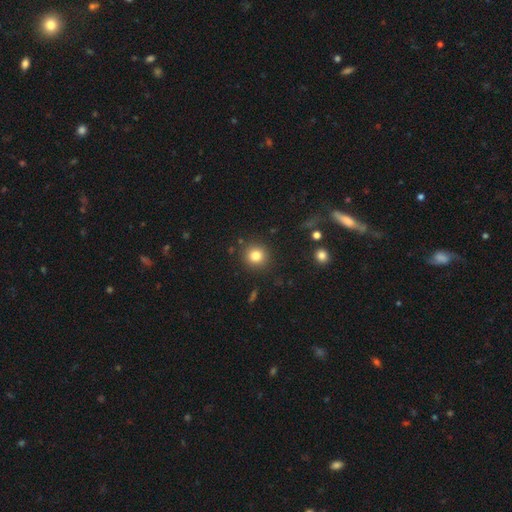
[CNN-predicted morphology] Q: Smooth or featured?
A: smooth (81%); runner-up: star or artifact (12%)
Q: How rounded?
A: round (92%); runner-up: in between (7%)
Q: Merging?
A: none (89%); runner-up: minor disturbance (7%)